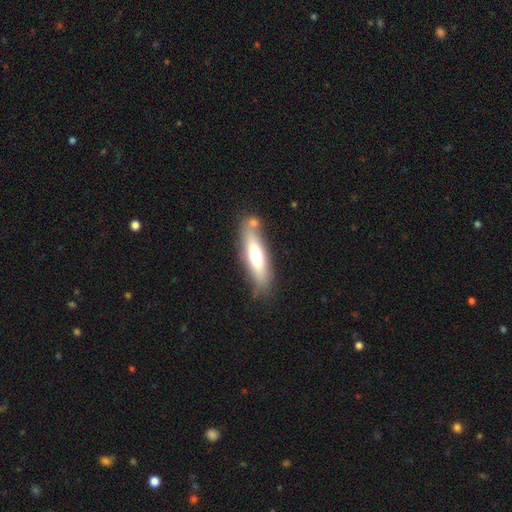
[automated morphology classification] This appears to be a smooth galaxy with no disk features (61%) that is cigar-shaped (66%). Merging: none (67%).